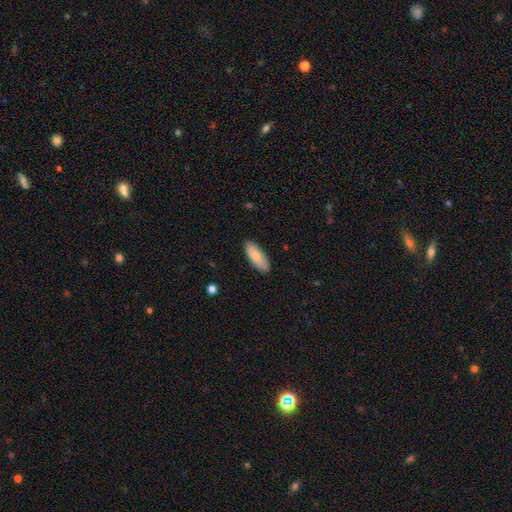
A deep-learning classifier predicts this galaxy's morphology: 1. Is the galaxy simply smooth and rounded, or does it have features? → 80% smooth, 14% featured or disk, 6% star or artifact.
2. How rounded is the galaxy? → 79% in between, 19% cigar-shaped, 2% round.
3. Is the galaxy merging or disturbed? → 87% none, 11% minor disturbance, 2% major disturbance, 1% merger.